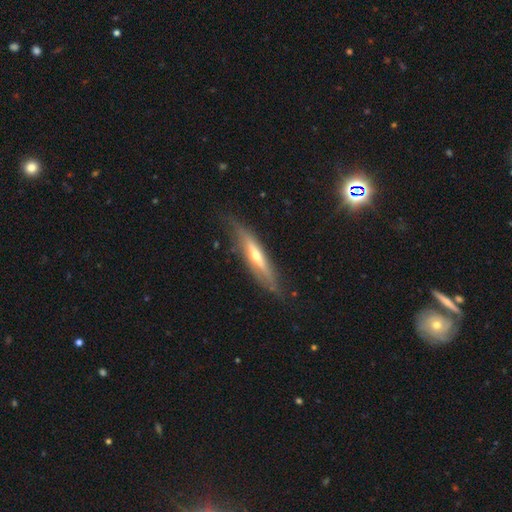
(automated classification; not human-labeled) Q: Smooth or featured?
A: featured or disk (69%); runner-up: smooth (25%)
Q: Edge-on disk?
A: yes (87%); runner-up: no (13%)
Q: Edge-on bulge?
A: rounded (78%); runner-up: none (16%)
Q: Merging?
A: none (74%); runner-up: minor disturbance (19%)